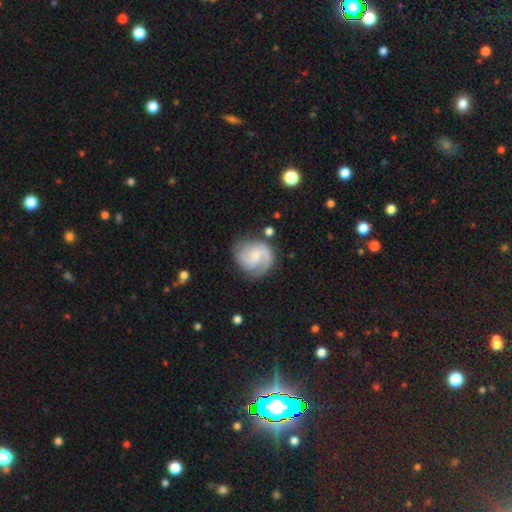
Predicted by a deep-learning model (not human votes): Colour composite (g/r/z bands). It shows a featured or disk galaxy (75%) with no bar (54%), 2 (70%) medium (47%) spiral arms (95%) and a small central bulge (64%). Merging: none (73%).